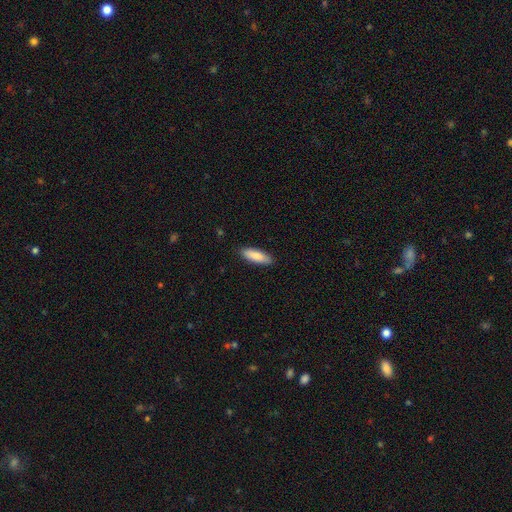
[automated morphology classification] Q: Smooth or featured?
A: smooth (85%); runner-up: featured or disk (10%)
Q: How rounded?
A: in between (53%); runner-up: cigar-shaped (46%)
Q: Merging?
A: none (88%); runner-up: minor disturbance (9%)